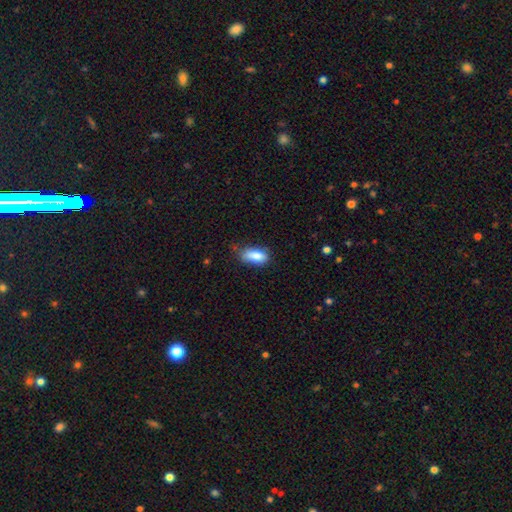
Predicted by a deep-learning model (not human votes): smooth-or-featured: smooth: 85% | featured or disk: 8% | star or artifact: 7%
  how-rounded: in between: 85% | cigar-shaped: 12% | round: 3%
  merging: none: 59% | minor disturbance: 31% | major disturbance: 7% | merger: 3%